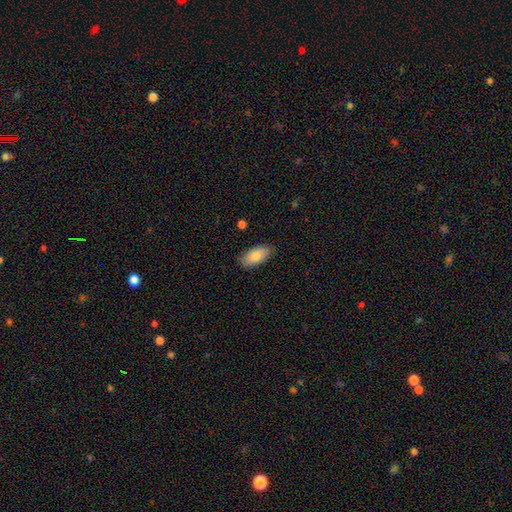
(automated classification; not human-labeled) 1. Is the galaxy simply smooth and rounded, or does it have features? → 84% smooth, 10% featured or disk, 6% star or artifact.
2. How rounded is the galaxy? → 92% in between, 6% cigar-shaped, 2% round.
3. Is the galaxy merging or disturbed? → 86% none, 11% minor disturbance, 2% major disturbance, 1% merger.